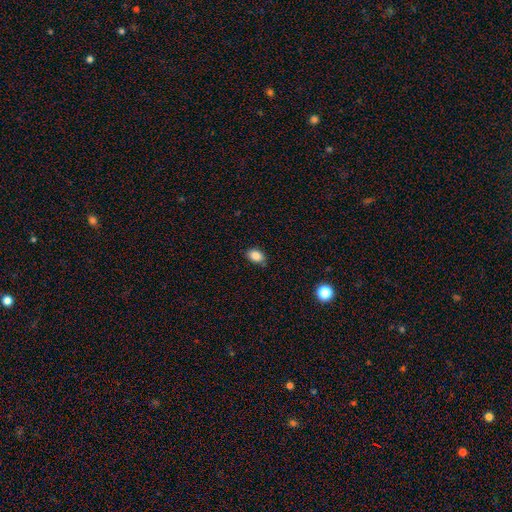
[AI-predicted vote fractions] Q: Smooth or featured?
A: smooth (86%); runner-up: star or artifact (9%)
Q: How rounded?
A: in between (82%); runner-up: round (17%)
Q: Merging?
A: none (81%); runner-up: minor disturbance (15%)